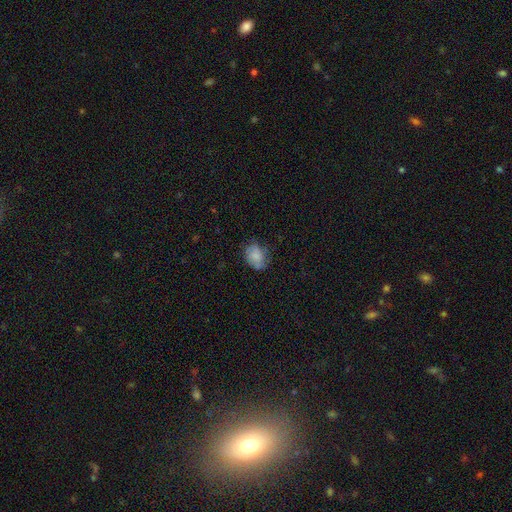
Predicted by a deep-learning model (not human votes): smooth 71%, featured or disk 20%, star or artifact 9%. Down the decision tree: how rounded — in between (60%); merging — none (64%).